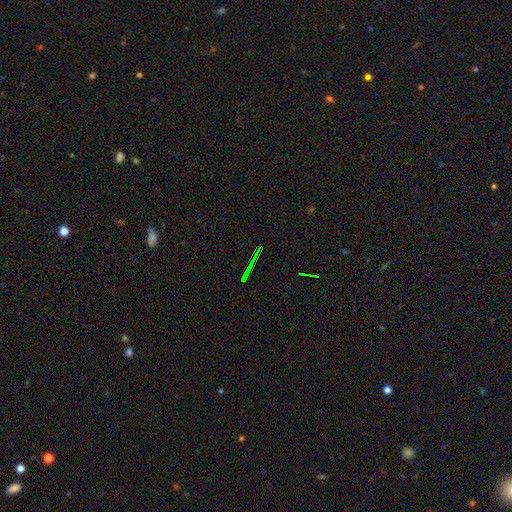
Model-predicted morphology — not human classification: Smooth or featured?
  - star or artifact: 74% *
  - featured or disk: 14%
  - smooth: 12%